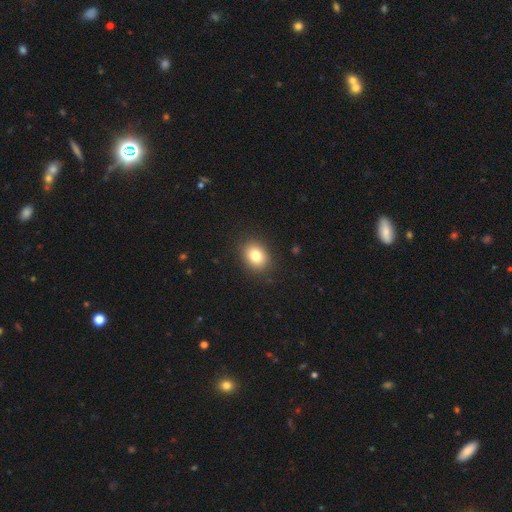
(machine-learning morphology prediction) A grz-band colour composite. It shows a smooth galaxy with no disk features (82%) that is in between round and cigar-shaped (53%). Merging: none (88%).